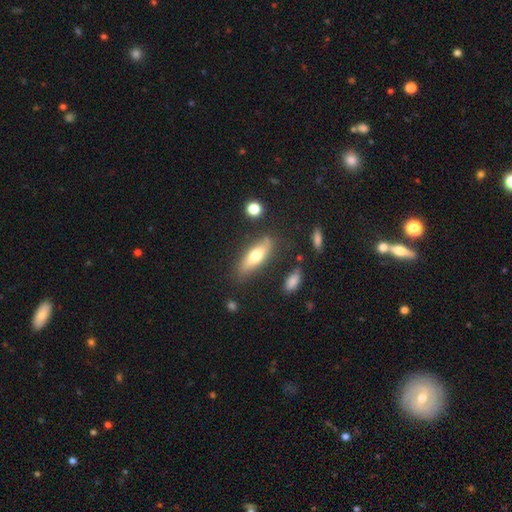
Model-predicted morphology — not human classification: Smooth or featured?
  - smooth: 60% *
  - featured or disk: 33%
  - star or artifact: 7%
How rounded?
  - in between: 54% *
  - cigar-shaped: 43%
  - round: 3%
Merging?
  - none: 75% *
  - minor disturbance: 16%
  - merger: 5%
  - major disturbance: 4%